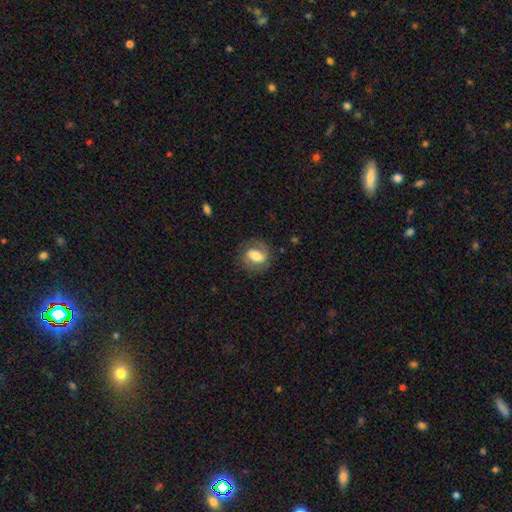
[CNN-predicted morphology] A smooth galaxy with no disk features (47%). Merging: none (73%).